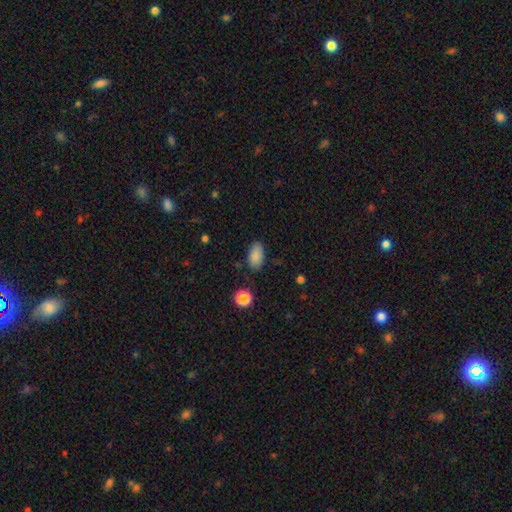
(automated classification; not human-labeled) Q: Smooth or featured?
A: smooth (87%); runner-up: star or artifact (9%)
Q: How rounded?
A: in between (92%); runner-up: round (5%)
Q: Merging?
A: none (83%); runner-up: minor disturbance (12%)